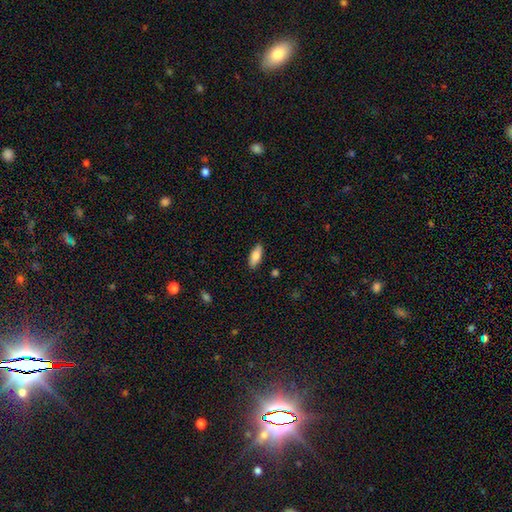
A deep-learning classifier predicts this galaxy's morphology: Smooth or featured? Predicted: smooth (p=0.78). How rounded? Predicted: in between (p=0.77). Merging? Predicted: none (p=0.88).